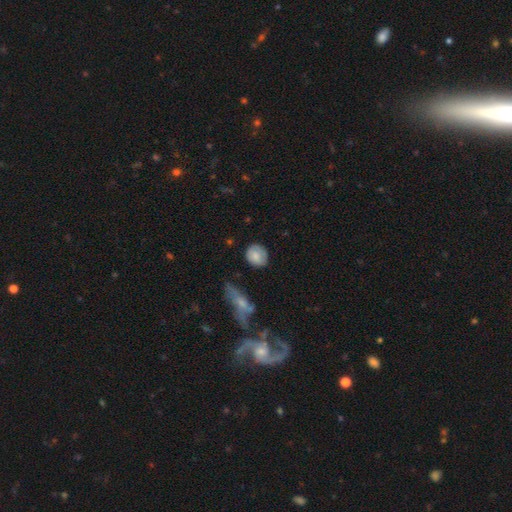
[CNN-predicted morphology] A smooth galaxy with no disk features (78%) that is round (72%). Merging: none (71%).